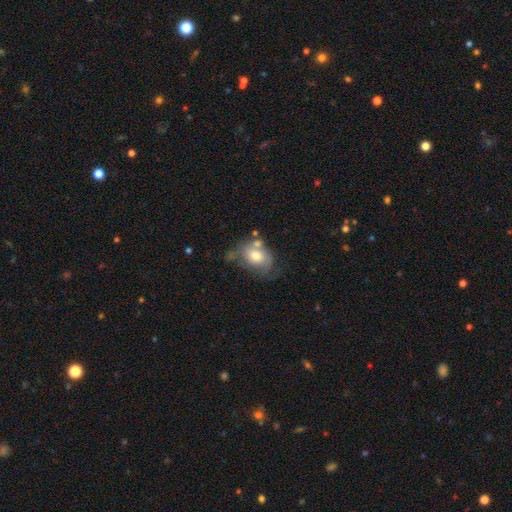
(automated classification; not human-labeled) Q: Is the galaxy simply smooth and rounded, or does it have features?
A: smooth — 62%.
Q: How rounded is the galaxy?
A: in between — 68%.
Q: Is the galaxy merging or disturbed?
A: none — 39%.